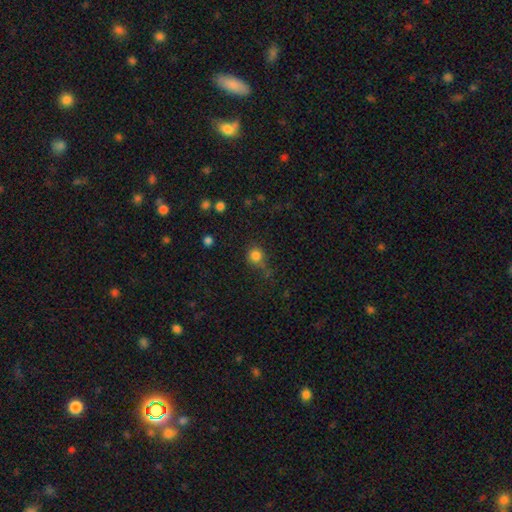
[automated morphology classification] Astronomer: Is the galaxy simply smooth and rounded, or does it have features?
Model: smooth — 81%.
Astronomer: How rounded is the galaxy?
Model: round — 90%.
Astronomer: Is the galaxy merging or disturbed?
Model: none — 62%.